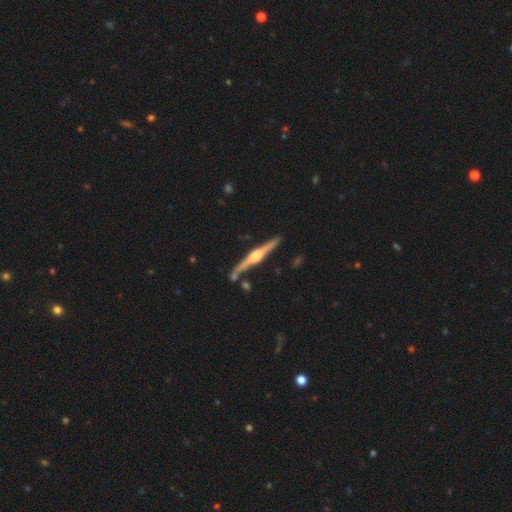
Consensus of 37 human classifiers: Smooth or featured: featured or disk — 89% (smooth — 11%)
Edge-on disk: yes — 100%
Edge-on bulge: rounded — 82% (boxy — 18%)
Merging: none — 86% (minor disturbance — 8%)